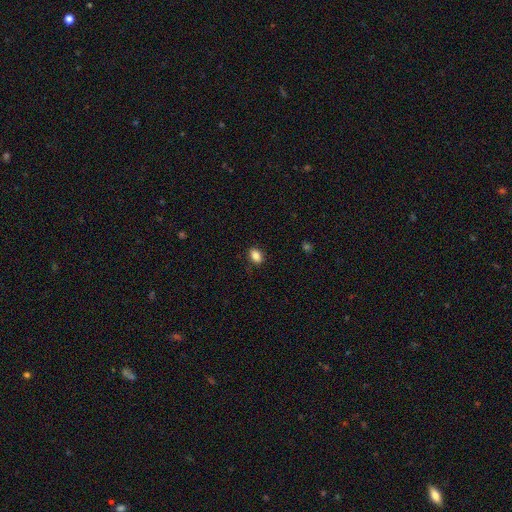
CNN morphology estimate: type=smooth (87%); roundness=in between (79%); merging=none (86%).